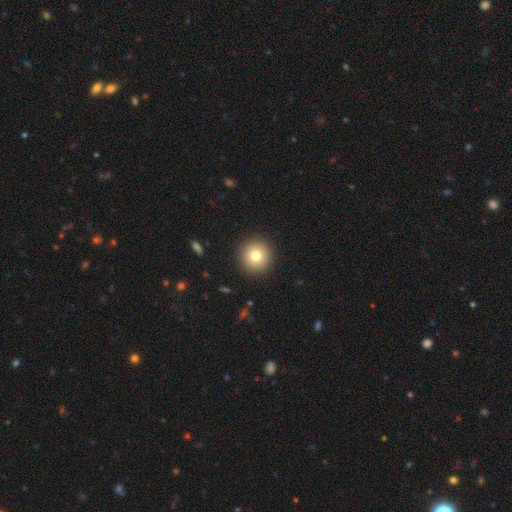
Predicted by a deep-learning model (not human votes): Smooth or featured? smooth (77%)
How rounded? round (96%)
Merging? none (92%)